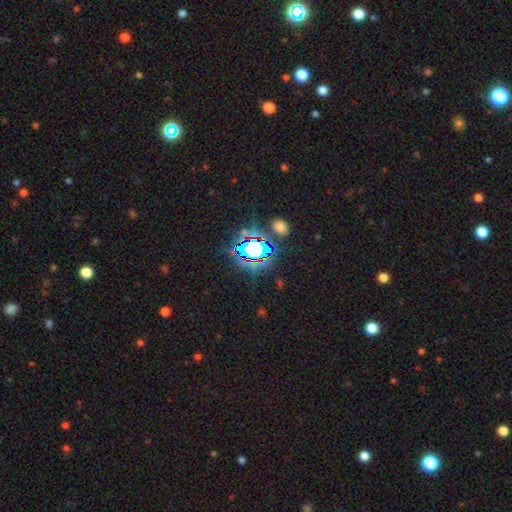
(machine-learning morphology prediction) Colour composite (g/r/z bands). It shows a star or artifact, not a galaxy (70%).